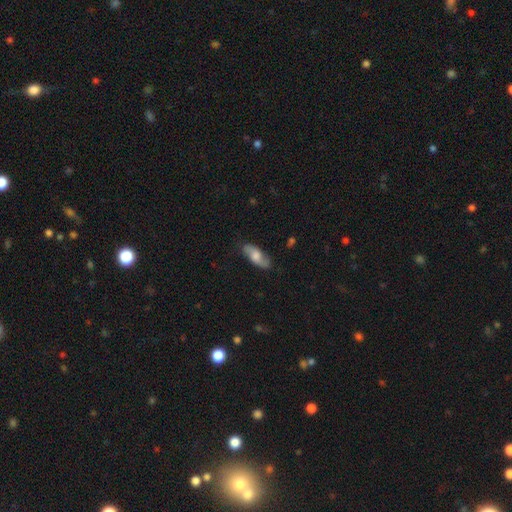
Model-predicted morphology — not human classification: A smooth galaxy with no disk features (47%). Merging: none (77%).